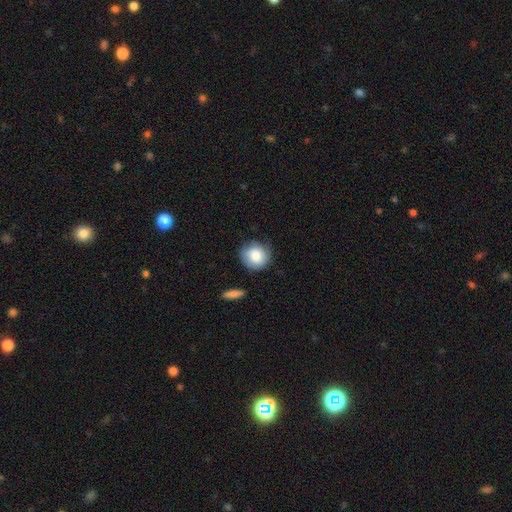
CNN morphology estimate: Smooth or featured? smooth (79%)
How rounded? round (88%)
Merging? none (74%)